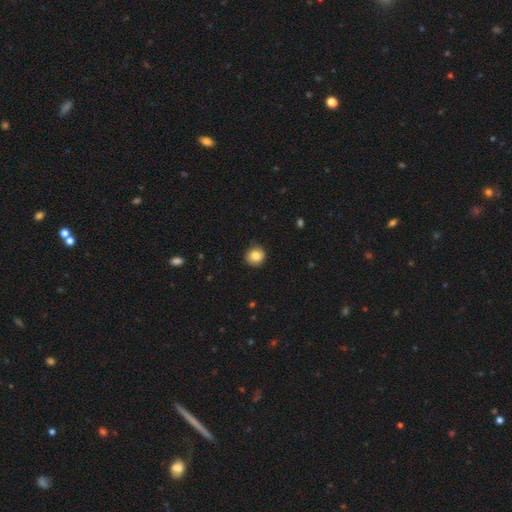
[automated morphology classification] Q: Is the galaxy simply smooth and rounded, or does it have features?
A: smooth — 83%.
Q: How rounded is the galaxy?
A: round — 91%.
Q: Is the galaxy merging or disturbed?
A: none — 87%.